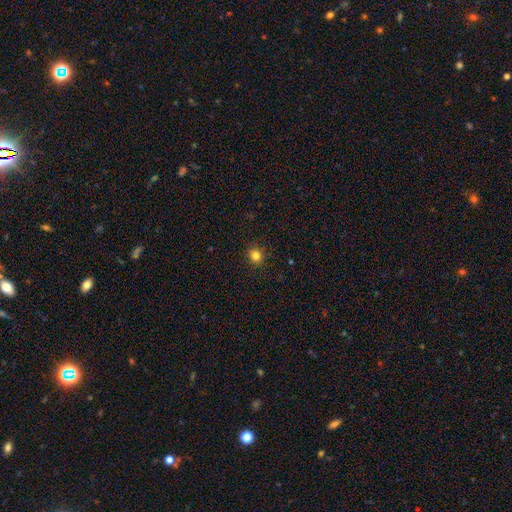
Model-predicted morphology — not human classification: smooth-or-featured: smooth: 82% | star or artifact: 13% | featured or disk: 5%
  how-rounded: round: 89% | in between: 10% | cigar-shaped: 1%
  merging: none: 91% | minor disturbance: 6% | major disturbance: 2% | merger: 1%